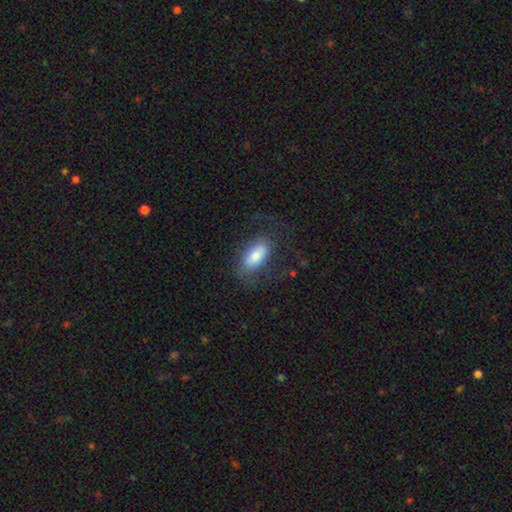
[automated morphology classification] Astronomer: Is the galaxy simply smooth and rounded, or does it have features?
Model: smooth — 71%.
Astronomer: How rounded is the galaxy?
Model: in between — 89%.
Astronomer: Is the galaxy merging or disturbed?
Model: none — 63%.